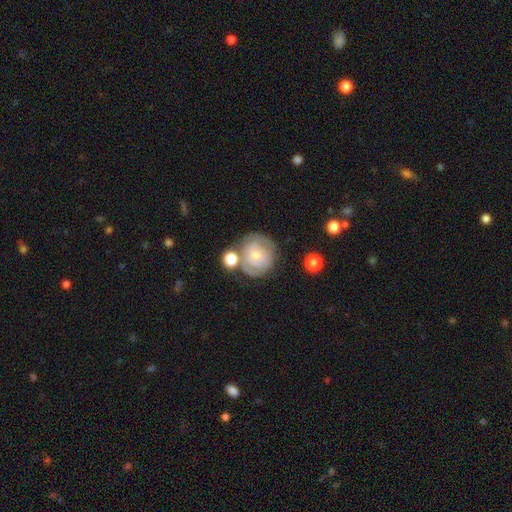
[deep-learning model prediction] A featured or disk galaxy (57%) with no bar (73%), spiral arms (76%) and a small central bulge (59%). Merging: none (60%).